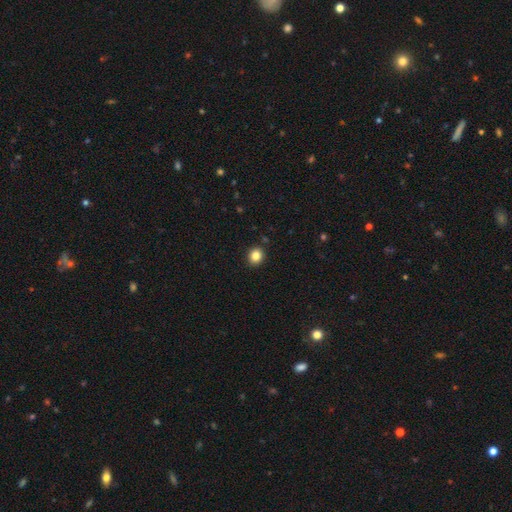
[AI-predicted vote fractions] smooth-or-featured: smooth: 85% | star or artifact: 10% | featured or disk: 4%
  how-rounded: round: 78% | in between: 22% | cigar-shaped: 1%
  merging: none: 90% | minor disturbance: 6% | major disturbance: 2% | merger: 1%